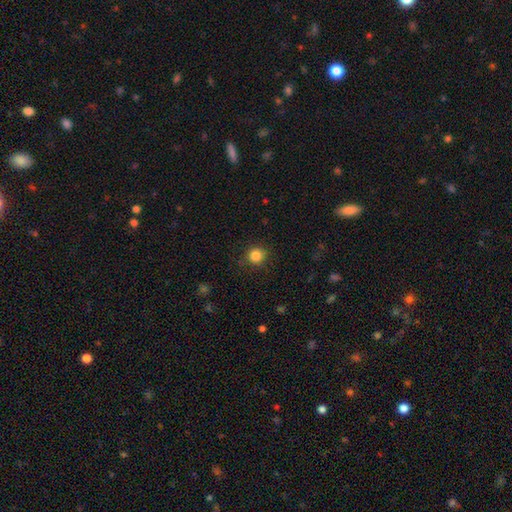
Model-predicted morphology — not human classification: A smooth galaxy with no disk features (85%) that is round (92%).

Vote fractions:
- Smooth or featured? smooth: 85% / star or artifact: 11% / featured or disk: 4%
- How rounded? round: 92% / in between: 7% / cigar-shaped: 1%
- Merging? none: 87% / minor disturbance: 9% / major disturbance: 3% / merger: 1%